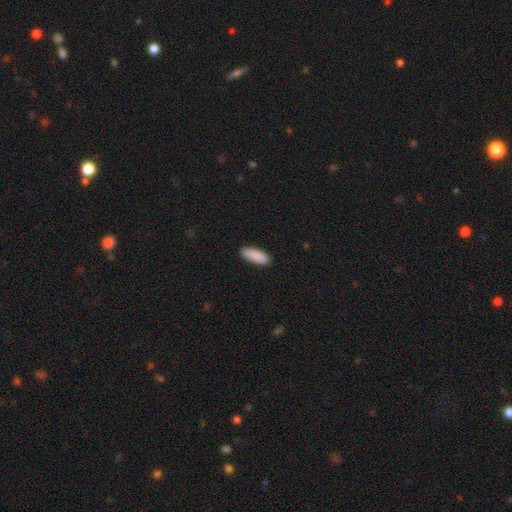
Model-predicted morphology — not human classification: Overall: smooth (91%). How rounded: in between (75%). Merging: none (90%).